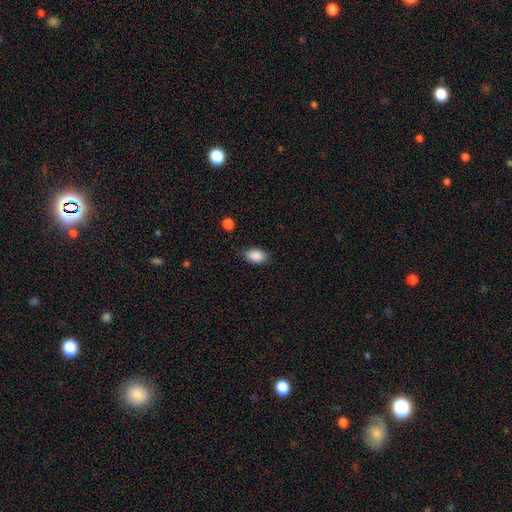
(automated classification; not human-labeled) smooth-or-featured: smooth: 88% | star or artifact: 7% | featured or disk: 4%
  how-rounded: in between: 91% | round: 8% | cigar-shaped: 2%
  merging: none: 80% | minor disturbance: 15% | major disturbance: 3% | merger: 2%